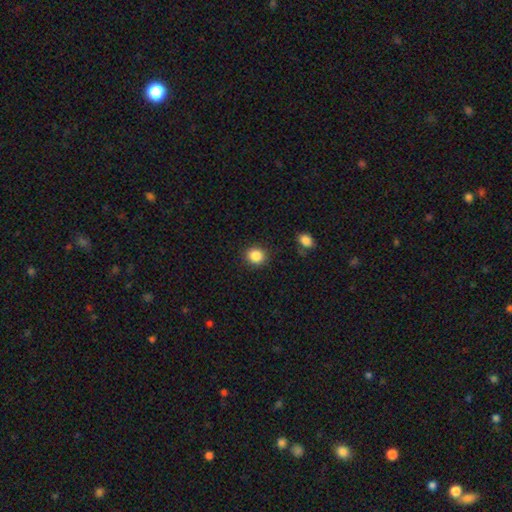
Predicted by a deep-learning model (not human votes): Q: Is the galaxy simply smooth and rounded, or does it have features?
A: smooth — 86%.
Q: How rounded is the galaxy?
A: round — 84%.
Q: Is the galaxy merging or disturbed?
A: none — 89%.